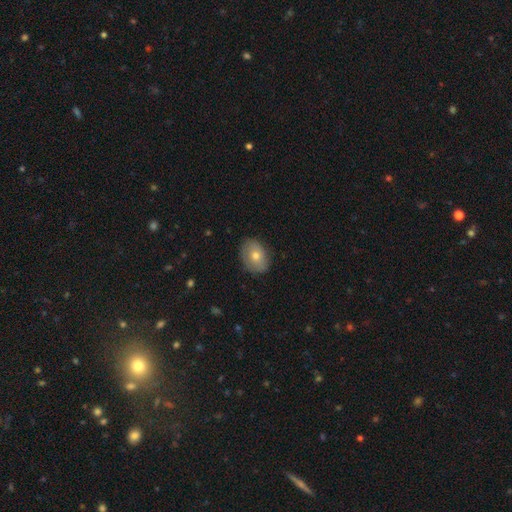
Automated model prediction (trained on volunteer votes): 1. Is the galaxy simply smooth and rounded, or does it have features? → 68% smooth, 24% featured or disk, 8% star or artifact.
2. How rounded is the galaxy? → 72% in between, 27% round, 1% cigar-shaped.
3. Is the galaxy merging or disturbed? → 84% none, 13% minor disturbance, 3% major disturbance, 1% merger.